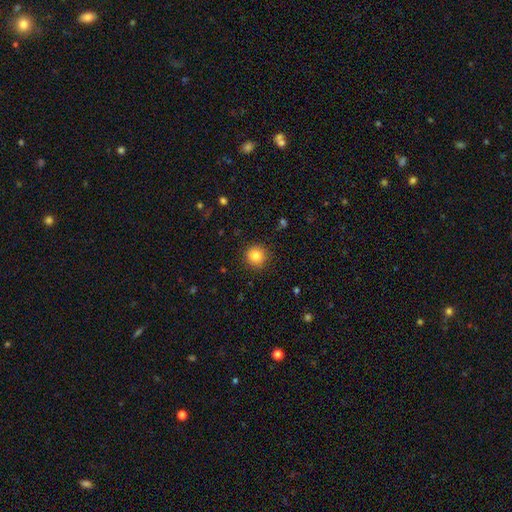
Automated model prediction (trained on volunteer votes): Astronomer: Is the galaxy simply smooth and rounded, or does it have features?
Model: smooth — 84%.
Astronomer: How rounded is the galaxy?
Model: round — 94%.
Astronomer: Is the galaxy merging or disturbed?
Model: none — 90%.